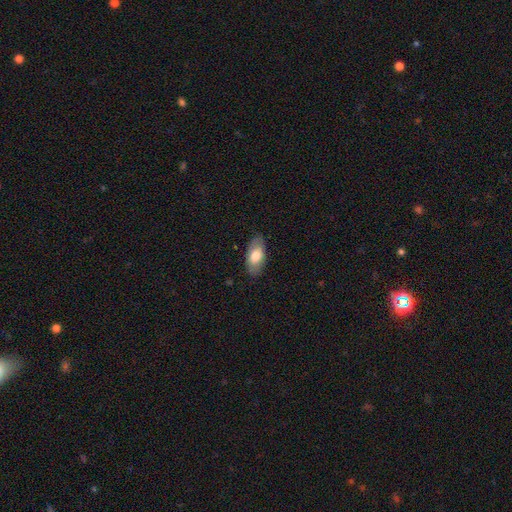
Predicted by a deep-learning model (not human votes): smooth-or-featured: smooth: 73% | featured or disk: 22% | star or artifact: 6%
  how-rounded: in between: 91% | cigar-shaped: 6% | round: 3%
  merging: none: 85% | minor disturbance: 12% | major disturbance: 3% | merger: 1%